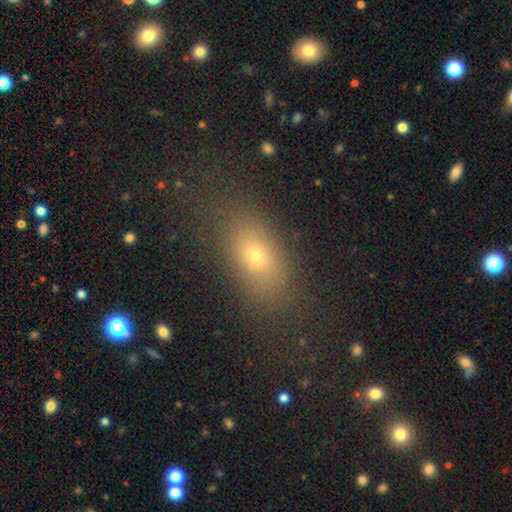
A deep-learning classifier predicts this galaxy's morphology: This is likely a smooth galaxy (70%). How rounded: clearly in between (81%). Merging: likely none (75%).